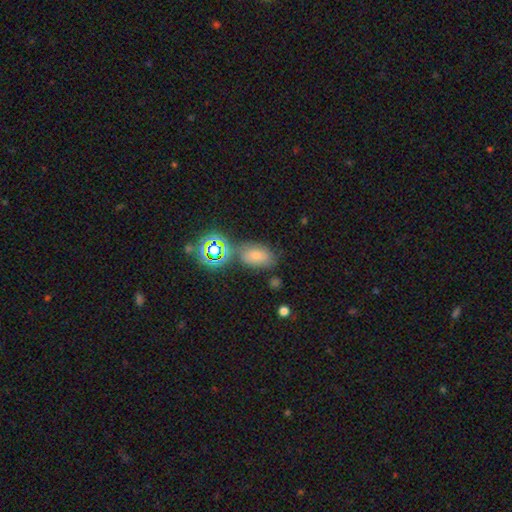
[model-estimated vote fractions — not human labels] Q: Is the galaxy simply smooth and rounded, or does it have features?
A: smooth — 63%.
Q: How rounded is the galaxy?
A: in between — 86%.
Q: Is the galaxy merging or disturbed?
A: none — 63%.